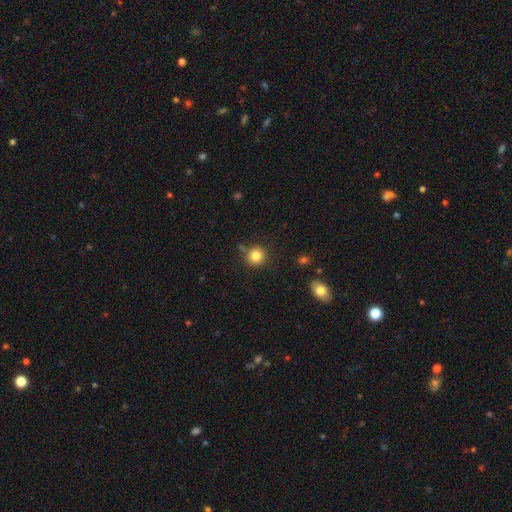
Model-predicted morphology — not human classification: The model was most divided on "merging": none: 79%, minor disturbance: 12%, merger: 6%, major disturbance: 3%. More confident: how rounded — round (92%); smooth or featured — smooth (83%).